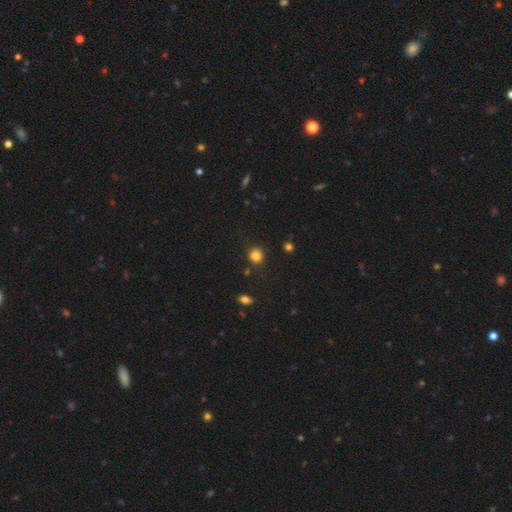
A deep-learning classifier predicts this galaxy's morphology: Smooth or featured? Predicted: smooth (p=0.84). How rounded? Predicted: round (p=0.87). Merging? Predicted: none (p=0.86).